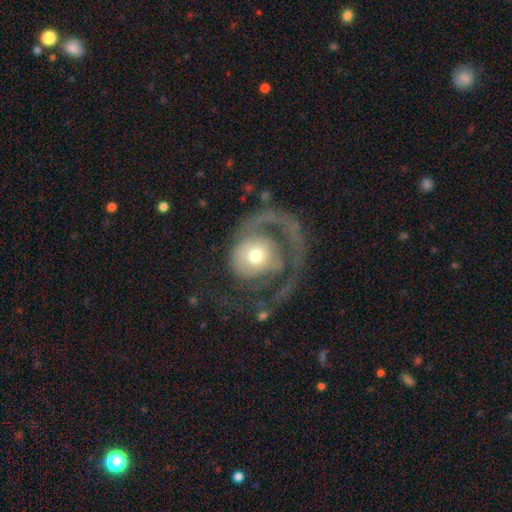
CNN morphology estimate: A featured or disk galaxy (64%) with no bar (80%), spiral arms (69%) and a moderate central bulge (61%).

Vote fractions:
- Smooth or featured? featured or disk: 64% / smooth: 30% / star or artifact: 6%
- Edge-on disk? no: 97% / yes: 3%
- Bar? no: 80% / weak: 16% / strong: 4%
- Spiral arms? yes: 69% / no: 31%
- Bulge size? moderate: 61% / small: 24% / large: 12% / dominant: 2% / none: 1%
- Merging? major disturbance: 57% / none: 28% / minor disturbance: 12% / merger: 4%